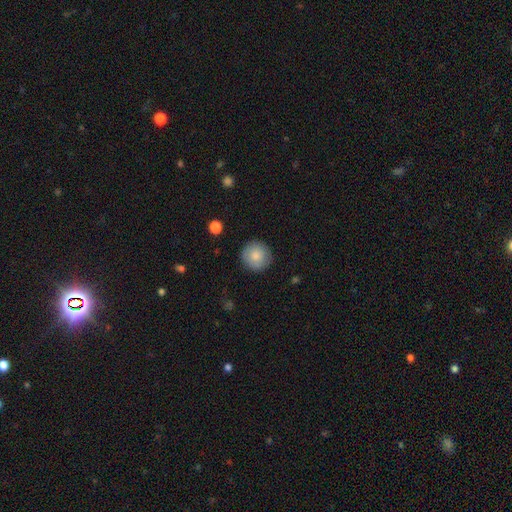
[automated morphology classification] A smooth galaxy with no disk features (83%) that is round (95%). Merging: none (89%).